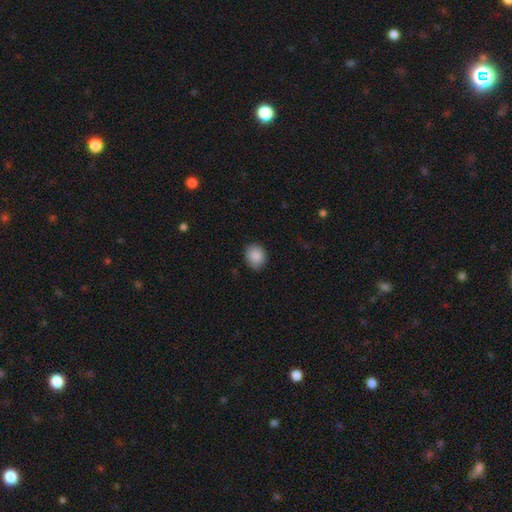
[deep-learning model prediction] The model was most divided on "how rounded": round: 70%, in between: 29%, cigar-shaped: 1%. More confident: smooth or featured — smooth (88%); merging — none (82%).